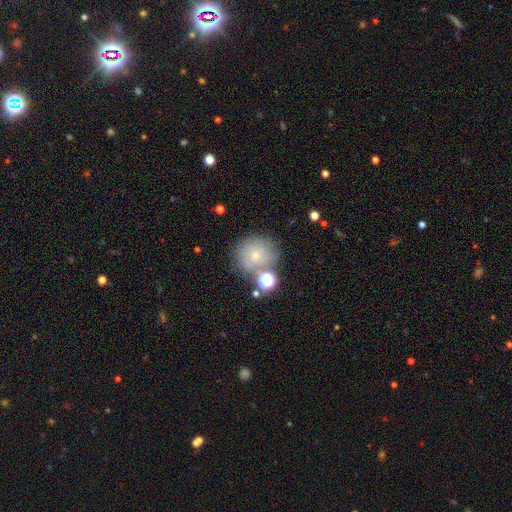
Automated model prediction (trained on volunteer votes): This is possibly a smooth galaxy (54%). How rounded: clearly round (88%). Merging: likely none (61%).